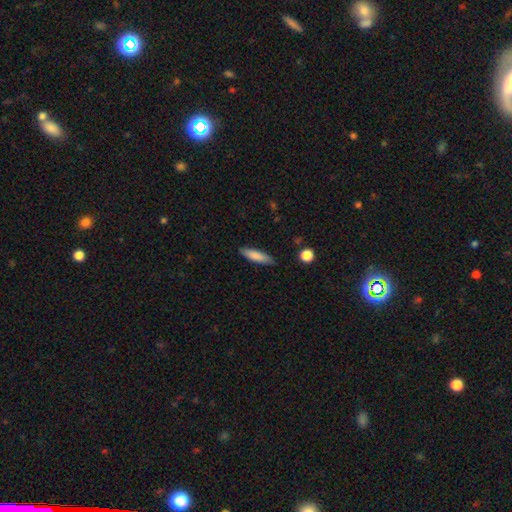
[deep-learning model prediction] Smooth or featured: smooth — 82% (featured or disk — 11%)
How rounded: cigar-shaped — 68% (in between — 30%)
Merging: none — 84% (minor disturbance — 12%)